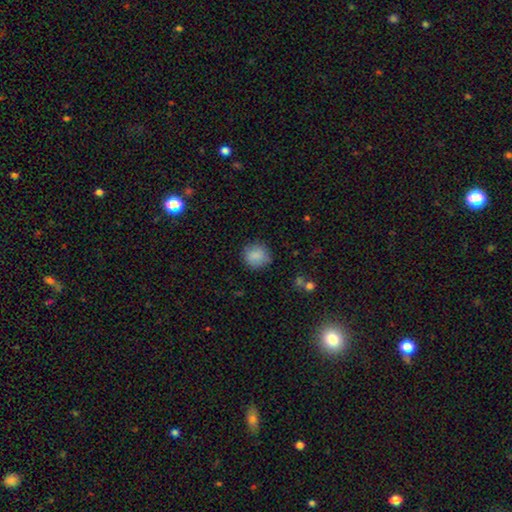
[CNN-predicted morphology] The model was most divided on "merging": none: 82%, minor disturbance: 13%, major disturbance: 3%, merger: 1%. More confident: how rounded — round (87%); smooth or featured — smooth (86%).